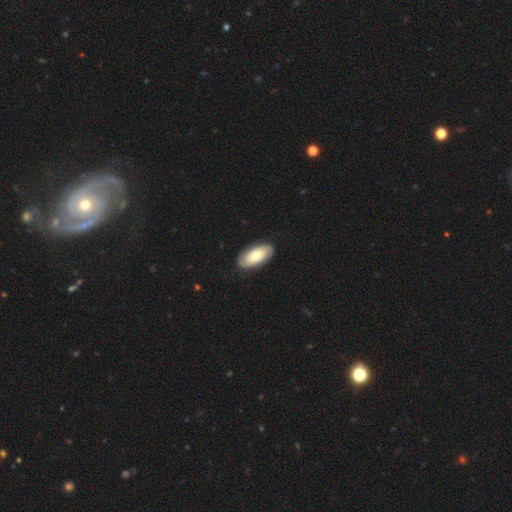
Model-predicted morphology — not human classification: This is likely a smooth galaxy (60%). How rounded: clearly in between (92%). Merging: clearly none (86%).